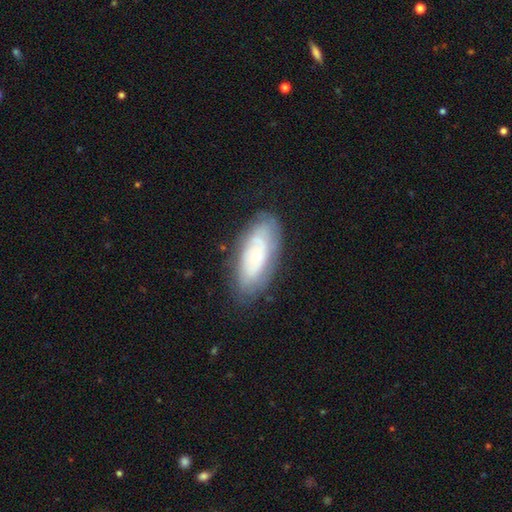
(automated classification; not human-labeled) Smooth or featured? featured or disk (58%)
Edge-on disk? no (88%)
Bar? no (82%)
Spiral arms? yes (61%)
Bulge size? small (62%)
Merging? none (75%)